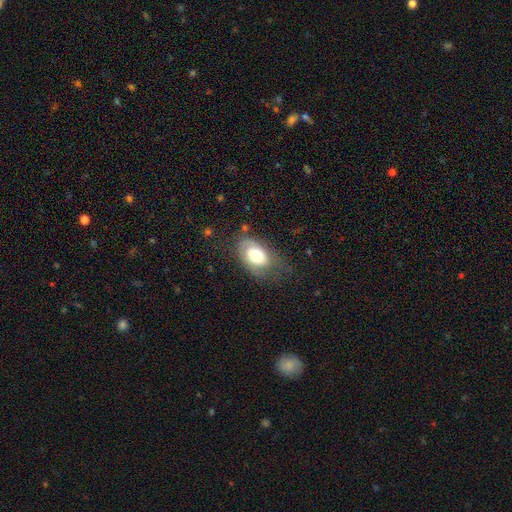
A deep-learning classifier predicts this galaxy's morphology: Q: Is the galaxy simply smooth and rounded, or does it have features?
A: smooth — 52%.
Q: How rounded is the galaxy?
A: in between — 89%.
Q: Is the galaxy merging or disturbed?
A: none — 54%.